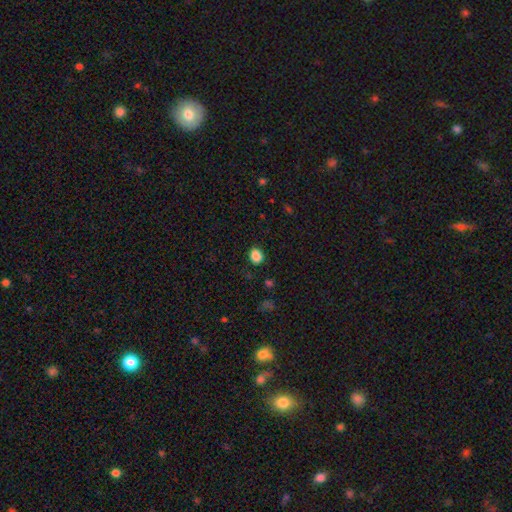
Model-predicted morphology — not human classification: This appears to be a smooth galaxy with no disk features (86%) that is round (57%). Merging: none (87%).